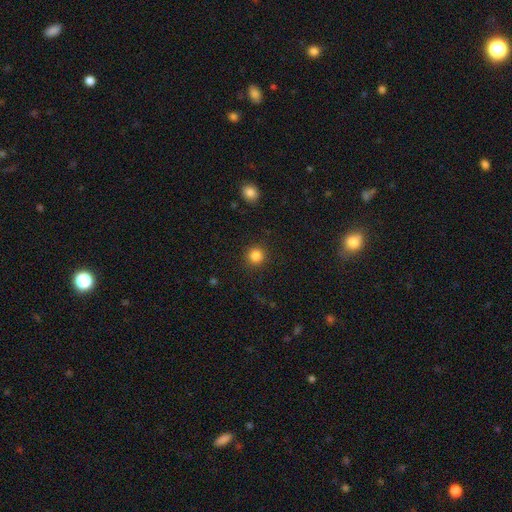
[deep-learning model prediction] Smooth or featured? Predicted: smooth (p=0.84). How rounded? Predicted: round (p=0.94). Merging? Predicted: none (p=0.91).